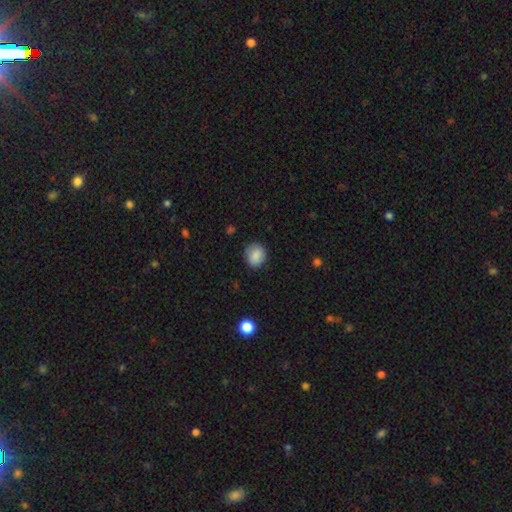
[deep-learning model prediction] Smooth or featured? Predicted: smooth (p=0.85). How rounded? Predicted: round (p=0.75). Merging? Predicted: none (p=0.83).